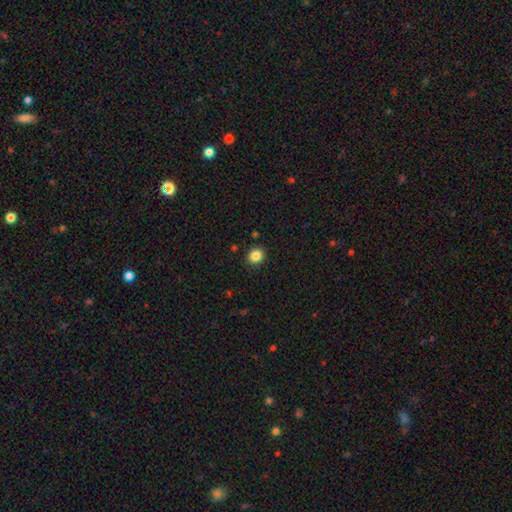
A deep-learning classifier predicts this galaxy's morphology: Q: Smooth or featured?
A: smooth (85%); runner-up: star or artifact (10%)
Q: How rounded?
A: round (77%); runner-up: in between (22%)
Q: Merging?
A: none (90%); runner-up: minor disturbance (6%)